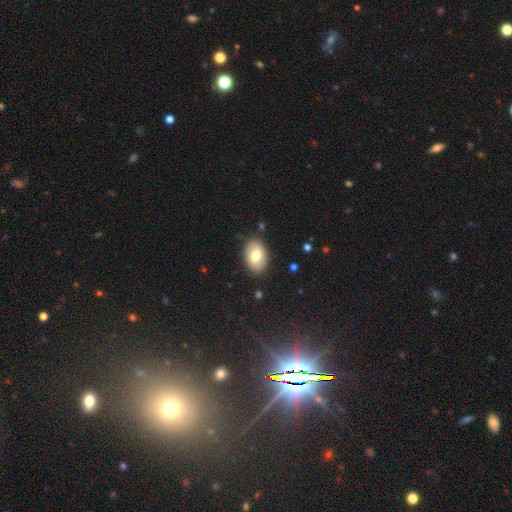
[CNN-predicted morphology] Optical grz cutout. It shows a smooth galaxy with no disk features (72%) that is in between round and cigar-shaped (84%). Merging: none (86%).